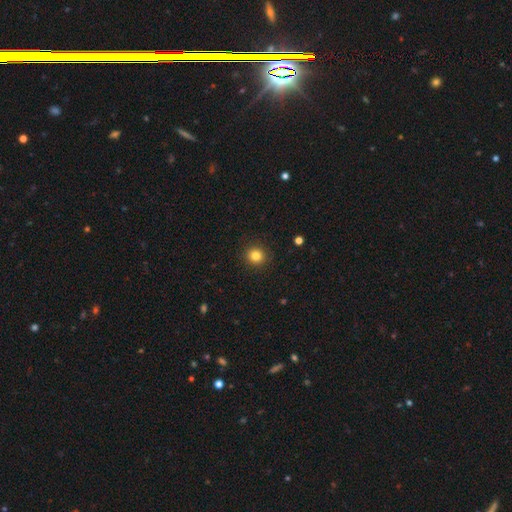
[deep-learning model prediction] This is clearly a smooth galaxy (83%). How rounded: clearly round (91%). Merging: clearly none (91%).